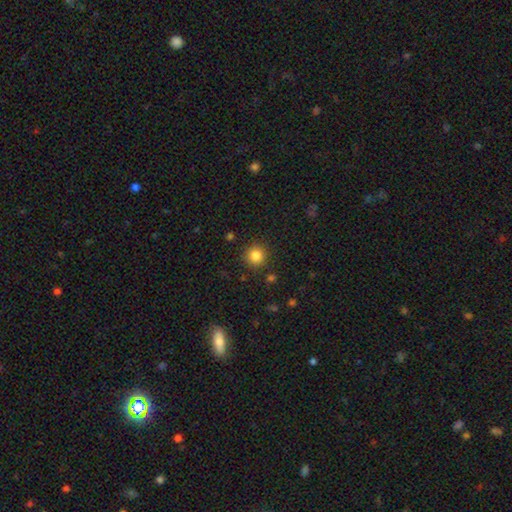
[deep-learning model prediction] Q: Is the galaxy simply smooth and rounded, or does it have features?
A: smooth — 83%.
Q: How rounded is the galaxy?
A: round — 94%.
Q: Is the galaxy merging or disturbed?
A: none — 90%.